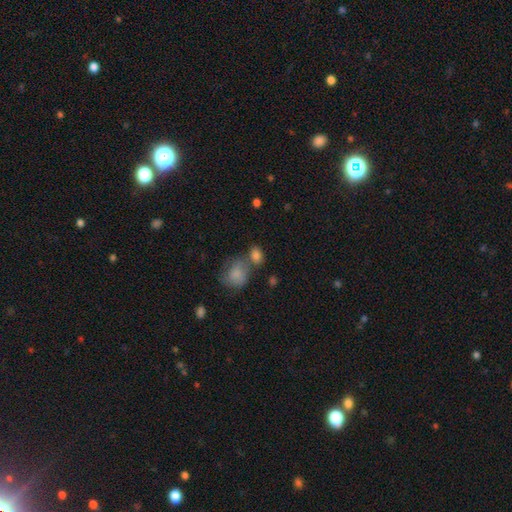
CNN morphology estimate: A smooth galaxy with no disk features (83%) that is in between round and cigar-shaped (73%). Merging: none (50%).